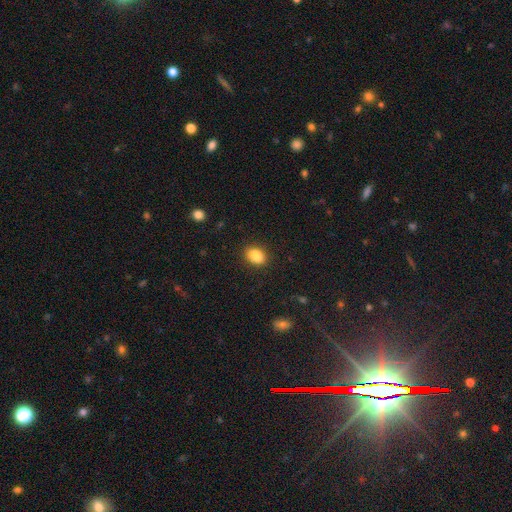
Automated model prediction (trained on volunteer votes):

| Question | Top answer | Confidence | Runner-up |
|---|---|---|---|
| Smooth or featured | smooth | 87% | star or artifact (9%) |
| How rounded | in between | 82% | round (15%) |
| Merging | none | 81% | minor disturbance (12%) |